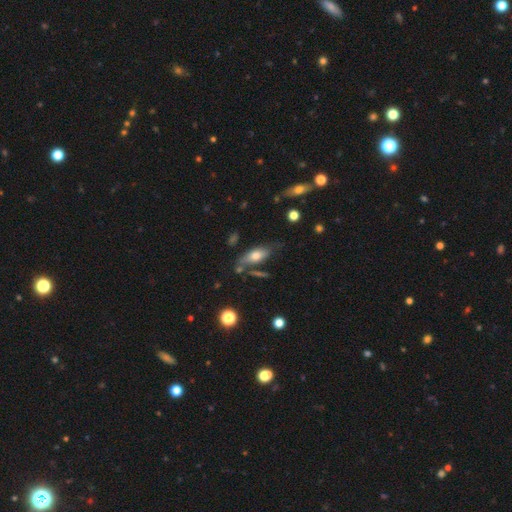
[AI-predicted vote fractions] The model was most divided on "merging": none: 53%, minor disturbance: 24%, merger: 12%, major disturbance: 11%. More confident: how rounded — in between (79%); smooth or featured — smooth (63%).